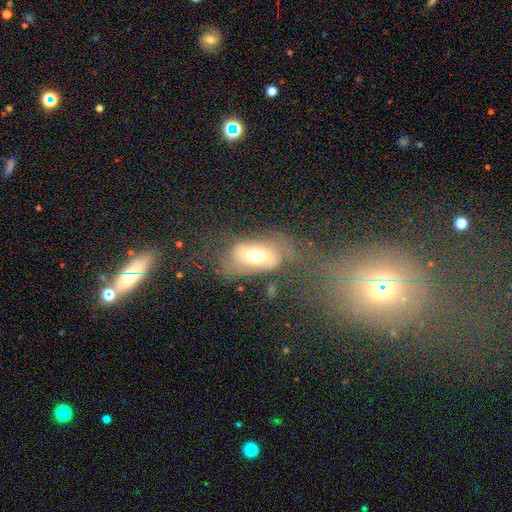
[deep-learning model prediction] This is possibly a smooth galaxy (47%). Merging: marginally none (41%).